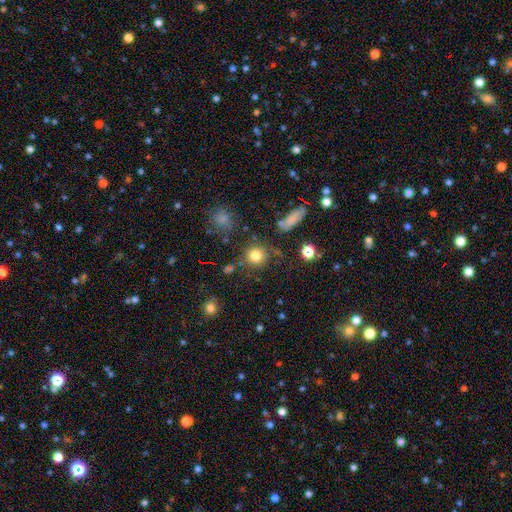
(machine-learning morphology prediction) A smooth galaxy with no disk features (79%) that is round (90%). Merging: none (75%).